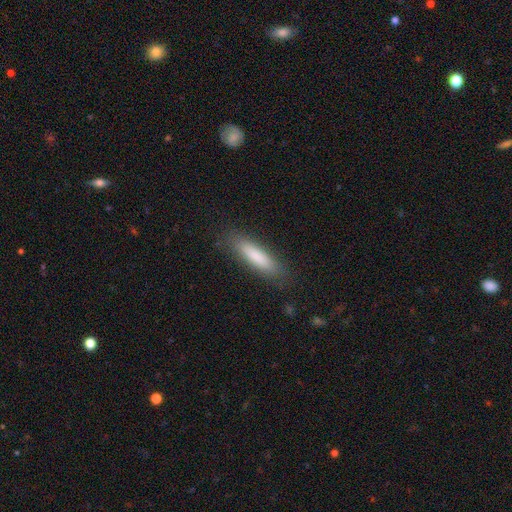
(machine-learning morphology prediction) The model was most divided on "how rounded": cigar-shaped: 74%, in between: 24%, round: 1%. More confident: merging — none (86%); smooth or featured — smooth (81%).